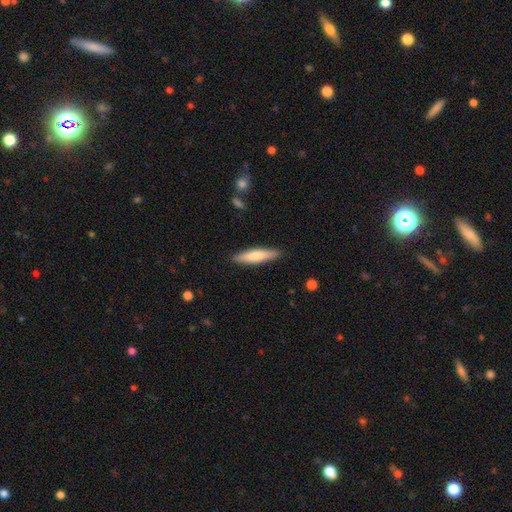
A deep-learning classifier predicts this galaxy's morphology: smooth_or_featured: smooth (p=0.72) [alt: featured or disk p=0.22]
how_rounded: cigar-shaped (p=0.80) [alt: in between p=0.18]
merging: none (p=0.89) [alt: minor disturbance p=0.08]